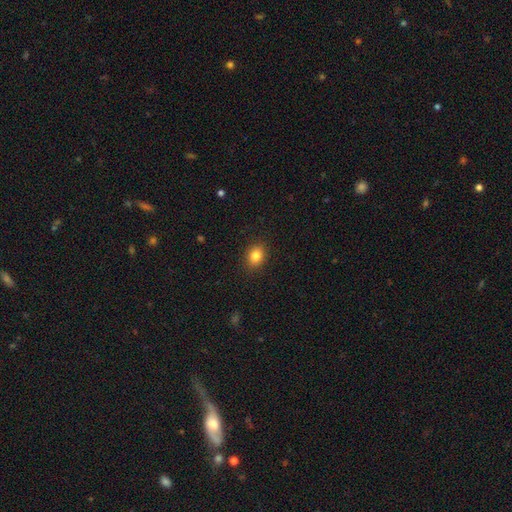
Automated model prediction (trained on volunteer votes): This appears to be a smooth galaxy with no disk features (84%) that is in between round and cigar-shaped (51%). Merging: none (89%).